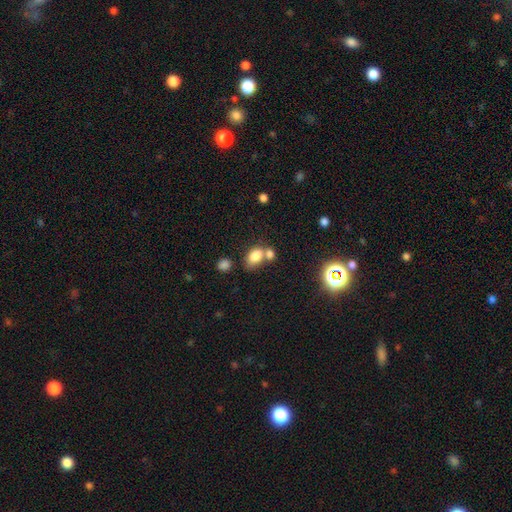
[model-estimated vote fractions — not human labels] Q: Smooth or featured?
A: smooth (80%); runner-up: star or artifact (11%)
Q: How rounded?
A: in between (81%); runner-up: round (17%)
Q: Merging?
A: merger (44%); runner-up: none (39%)